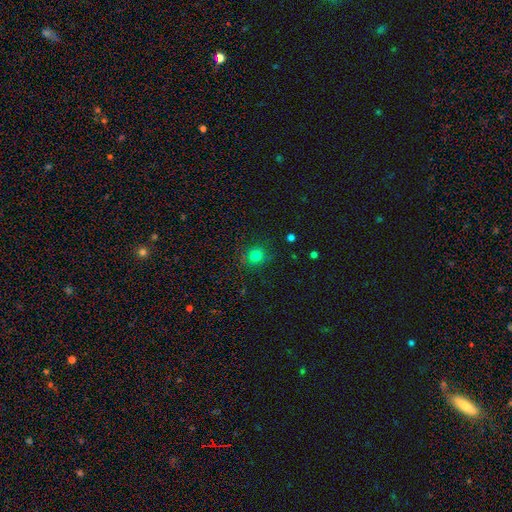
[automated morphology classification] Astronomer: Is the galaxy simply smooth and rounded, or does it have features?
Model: smooth — 78%.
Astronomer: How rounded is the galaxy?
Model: round — 88%.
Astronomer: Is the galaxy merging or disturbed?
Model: none — 84%.